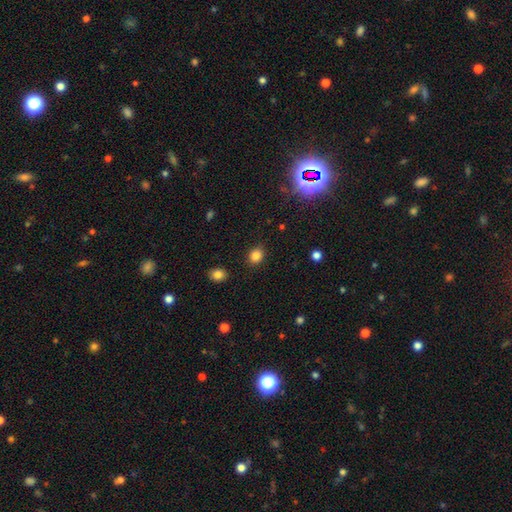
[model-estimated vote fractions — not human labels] A smooth galaxy with no disk features (84%) that is round (60%).

Vote fractions:
- Smooth or featured? smooth: 84% / star or artifact: 11% / featured or disk: 4%
- How rounded? round: 60% / in between: 39% / cigar-shaped: 1%
- Merging? none: 87% / minor disturbance: 8% / major disturbance: 3% / merger: 2%